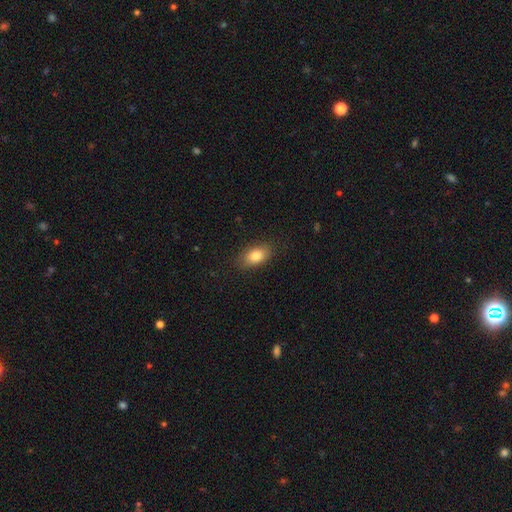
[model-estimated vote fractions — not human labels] smooth-or-featured: smooth: 83% | featured or disk: 10% | star or artifact: 8%
  how-rounded: in between: 88% | round: 9% | cigar-shaped: 3%
  merging: none: 84% | minor disturbance: 12% | major disturbance: 3% | merger: 1%